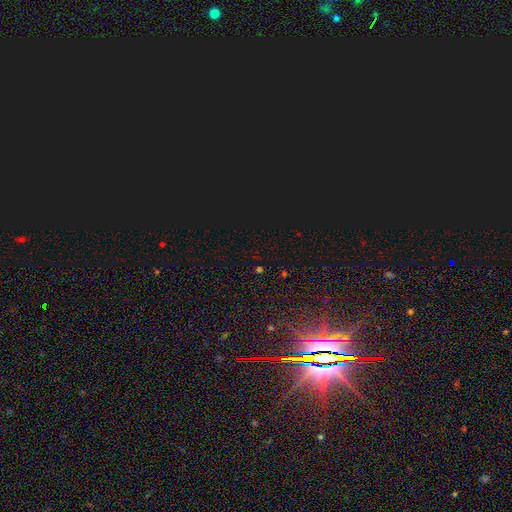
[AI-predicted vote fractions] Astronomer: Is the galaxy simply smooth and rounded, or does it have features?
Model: star or artifact — 69%.